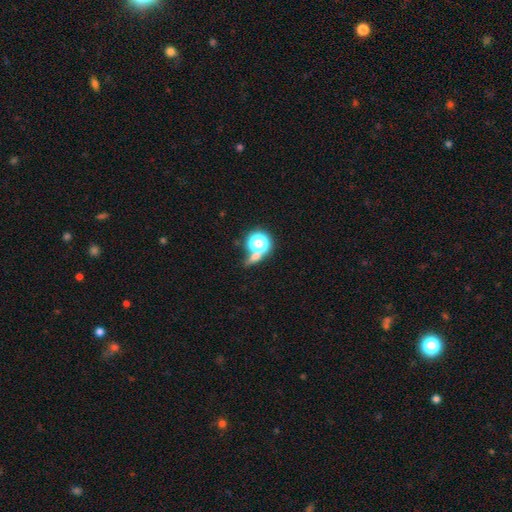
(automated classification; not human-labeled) Morphology: type=smooth (49%); merging=none (56%).